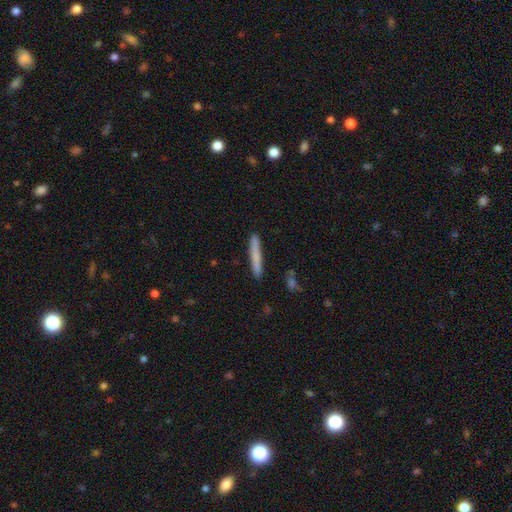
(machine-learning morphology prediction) smooth_or_featured: smooth (p=0.73) [alt: featured or disk p=0.21]
how_rounded: cigar-shaped (p=0.96) [alt: in between p=0.03]
merging: none (p=0.89) [alt: minor disturbance p=0.08]